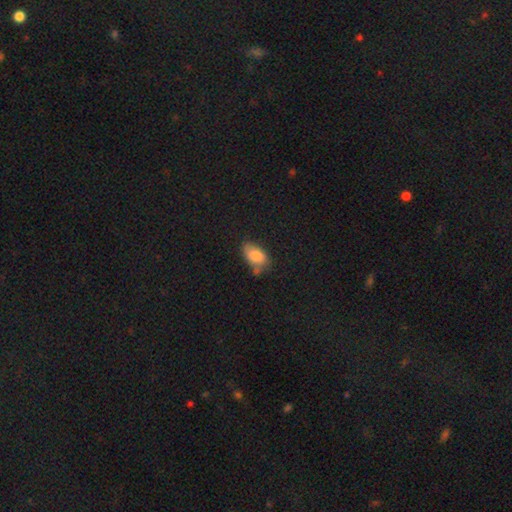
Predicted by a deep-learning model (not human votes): smooth-or-featured: smooth: 83% | featured or disk: 10% | star or artifact: 7%
  how-rounded: in between: 91% | round: 6% | cigar-shaped: 2%
  merging: none: 56% | minor disturbance: 27% | merger: 11% | major disturbance: 6%